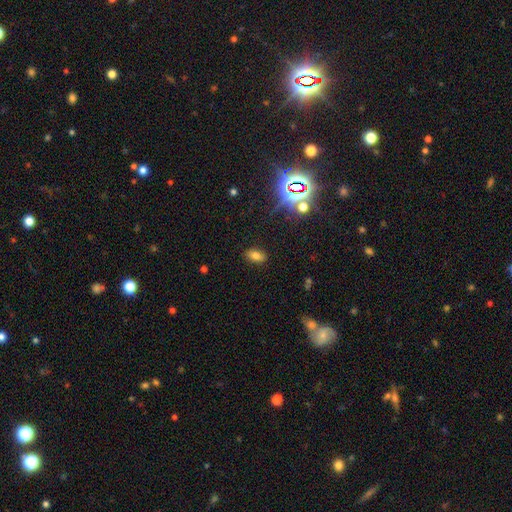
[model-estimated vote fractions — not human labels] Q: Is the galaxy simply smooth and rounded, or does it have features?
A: smooth — 72%.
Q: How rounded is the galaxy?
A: in between — 90%.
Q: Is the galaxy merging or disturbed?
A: none — 87%.